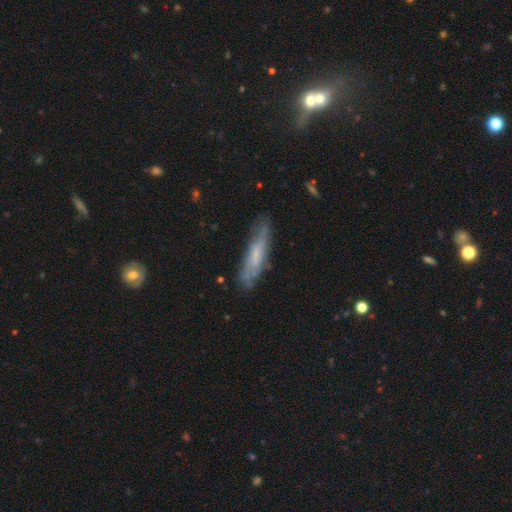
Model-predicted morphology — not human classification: Smooth or featured? featured or disk (47%)
Merging? none (71%)